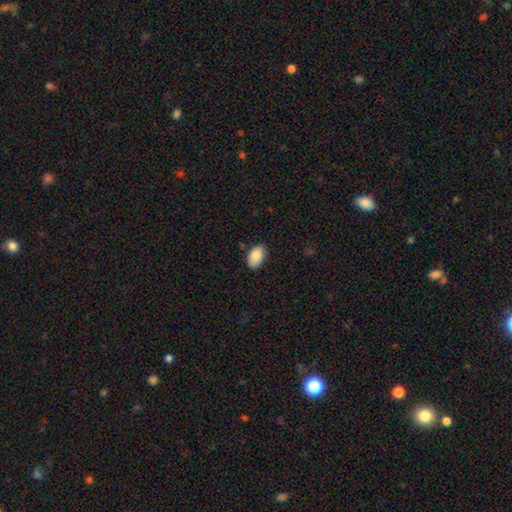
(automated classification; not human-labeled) smooth_or_featured: smooth (p=0.88) [alt: star or artifact p=0.07]
how_rounded: in between (p=0.92) [alt: round p=0.07]
merging: none (p=0.81) [alt: minor disturbance p=0.15]